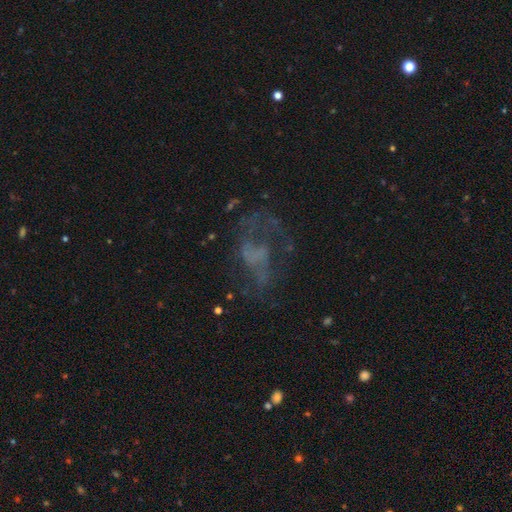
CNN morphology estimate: Overall: featured or disk (60%; star or artifact 21%). Edge-on disk: no (97%). Bar: no (71%). Spiral arms: no (50%, tied with yes). Bulge size: none (69%). Merging: none (46%; major disturbance 35%).